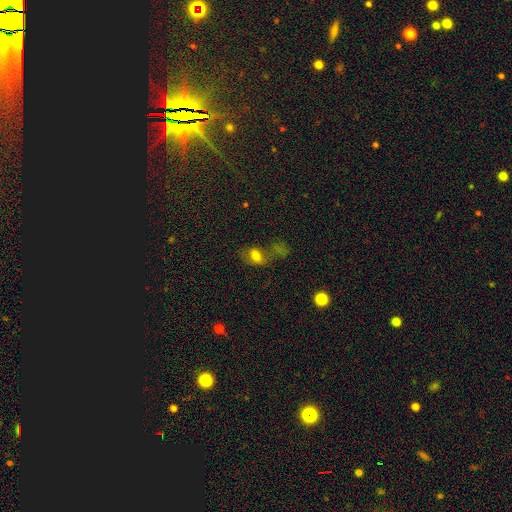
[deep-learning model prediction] Overall: smooth (61%). How rounded: in between (80%). Merging: none (41%; merger 22%).